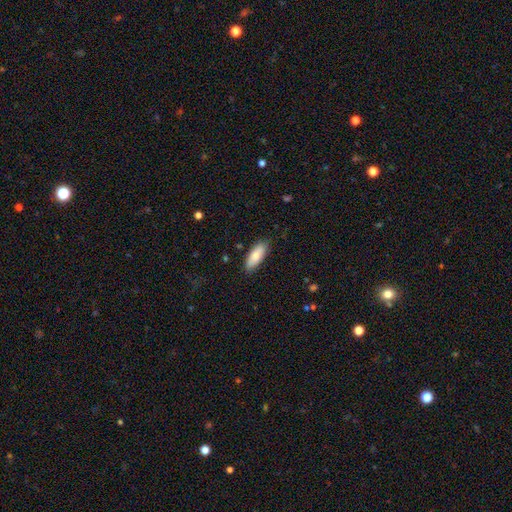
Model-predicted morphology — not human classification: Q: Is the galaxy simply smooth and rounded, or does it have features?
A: smooth — 80%.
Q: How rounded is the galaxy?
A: in between — 74%.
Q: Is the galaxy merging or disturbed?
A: none — 85%.